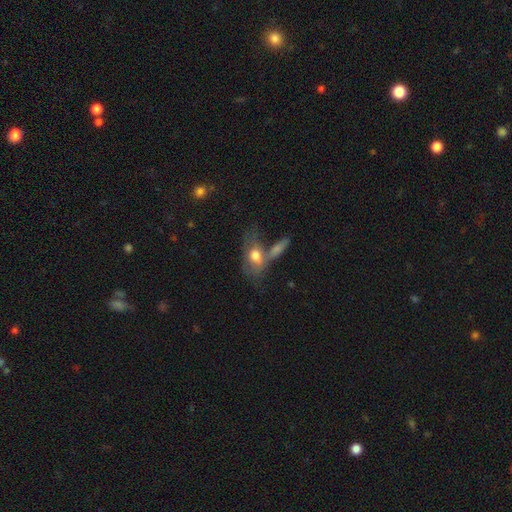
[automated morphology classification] A smooth galaxy with no disk features (59%) that is in between round and cigar-shaped (82%).

Vote fractions:
- Smooth or featured? smooth: 59% / featured or disk: 33% / star or artifact: 8%
- How rounded? in between: 82% / round: 12% / cigar-shaped: 5%
- Merging? merger: 40% / none: 29% / minor disturbance: 16% / major disturbance: 15%